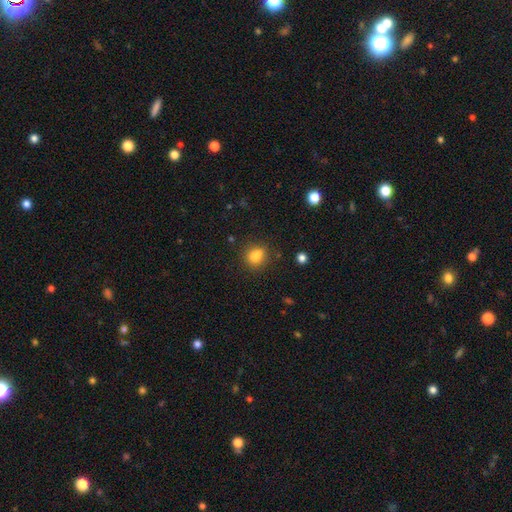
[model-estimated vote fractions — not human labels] smooth_or_featured: smooth (p=0.83) [alt: star or artifact p=0.11]
how_rounded: in between (p=0.51) [alt: round p=0.47]
merging: none (p=0.76) [alt: minor disturbance p=0.15]